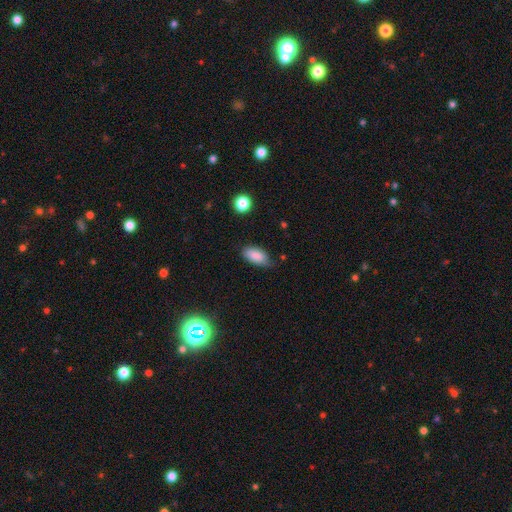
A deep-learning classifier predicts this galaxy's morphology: This is clearly a smooth galaxy (86%). How rounded: clearly in between (91%). Merging: likely none (62%).